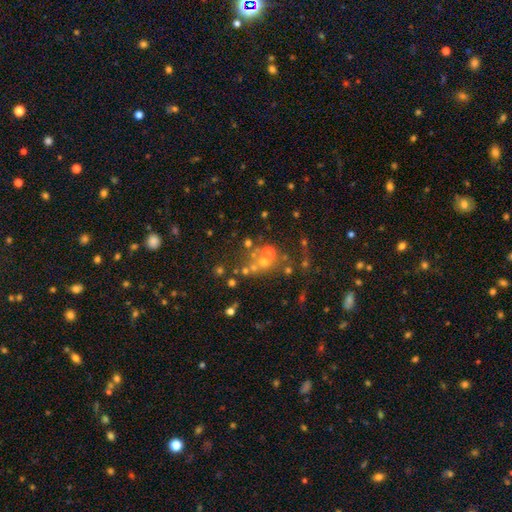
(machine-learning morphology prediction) The model was most divided on "smooth or featured": star or artifact: 44%, smooth: 34%, featured or disk: 22%.